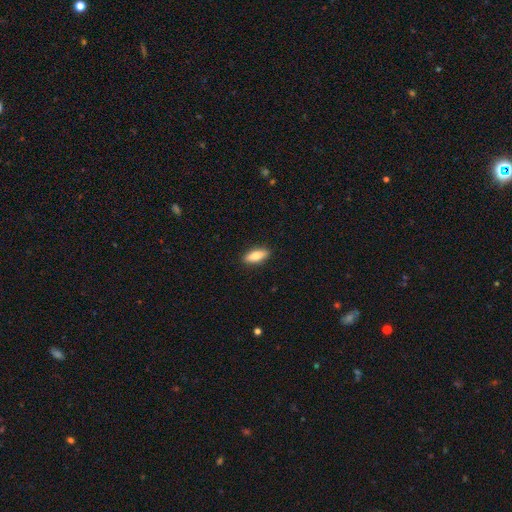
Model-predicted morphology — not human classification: type=smooth (78%); roundness=in between (71%); merging=none (90%).